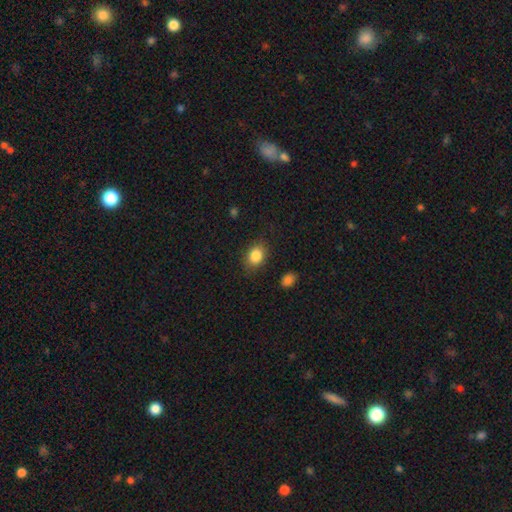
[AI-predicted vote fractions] Smooth or featured?
  - smooth: 85% *
  - star or artifact: 9%
  - featured or disk: 6%
How rounded?
  - in between: 60% *
  - round: 38%
  - cigar-shaped: 1%
Merging?
  - none: 83% *
  - minor disturbance: 12%
  - major disturbance: 3%
  - merger: 2%